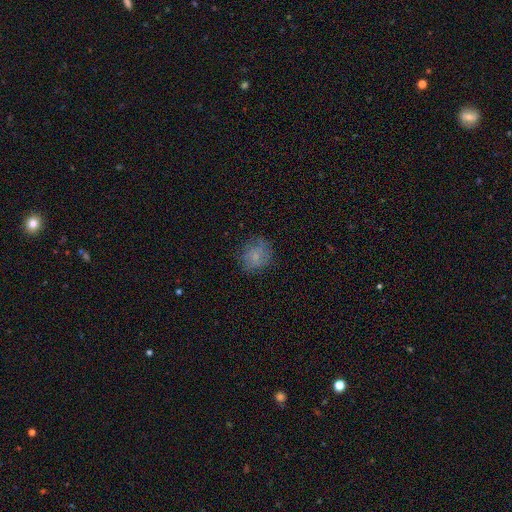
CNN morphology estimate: The model was most divided on "smooth or featured": smooth: 66%, featured or disk: 24%, star or artifact: 10%. More confident: merging — none (74%); how rounded — round (71%).